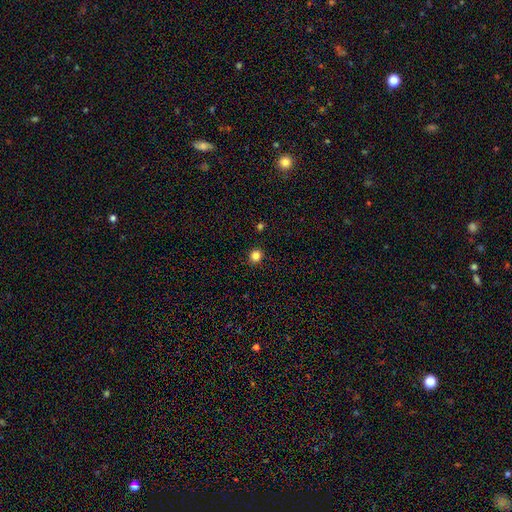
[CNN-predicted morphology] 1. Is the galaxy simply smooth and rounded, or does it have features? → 83% smooth, 13% star or artifact, 4% featured or disk.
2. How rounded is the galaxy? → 88% round, 11% in between, 1% cigar-shaped.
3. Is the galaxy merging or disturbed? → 91% none, 6% minor disturbance, 2% major disturbance, 1% merger.